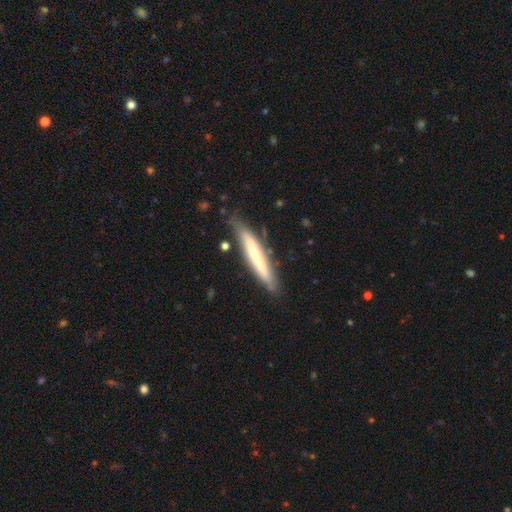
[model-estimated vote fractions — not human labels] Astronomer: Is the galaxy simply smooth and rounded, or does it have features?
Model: smooth — 54% (runner-up: featured or disk, 40%).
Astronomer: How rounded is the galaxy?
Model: cigar-shaped — 94%.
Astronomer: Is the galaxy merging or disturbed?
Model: none — 78%.